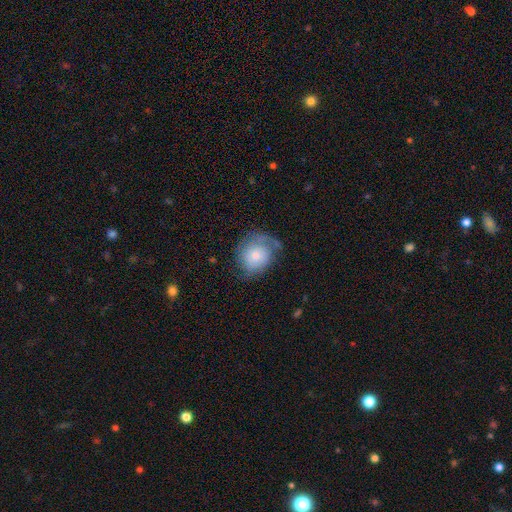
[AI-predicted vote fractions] Smooth or featured: smooth — 56% (featured or disk — 37%)
How rounded: round — 68% (in between — 31%)
Merging: none — 52% (minor disturbance — 29%)